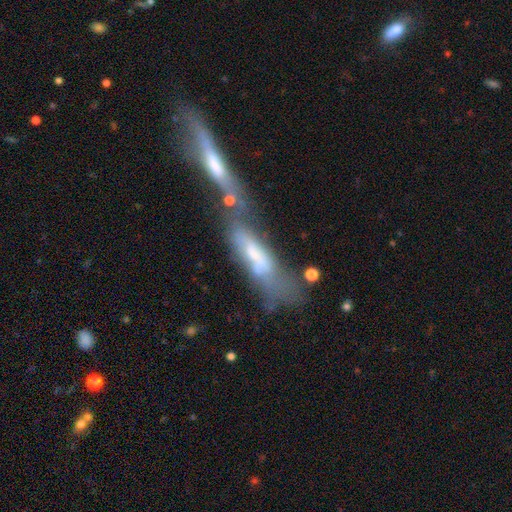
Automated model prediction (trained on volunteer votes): featured or disk 47%, smooth 43%, star or artifact 9%. Down the decision tree: merging — none (28%).